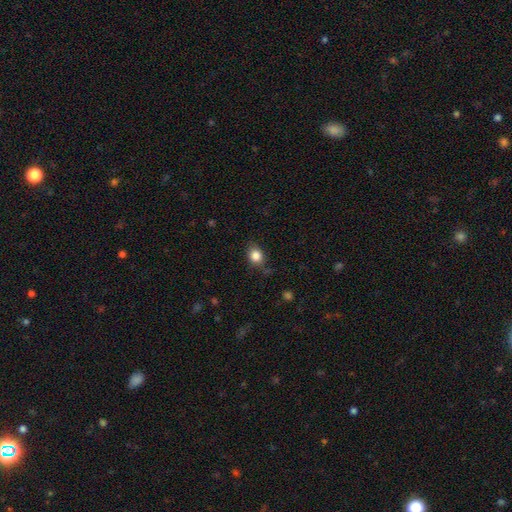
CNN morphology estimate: Smooth or featured?
  - smooth: 85% *
  - star or artifact: 10%
  - featured or disk: 5%
How rounded?
  - round: 58% *
  - in between: 41%
  - cigar-shaped: 1%
Merging?
  - none: 76% *
  - minor disturbance: 18%
  - major disturbance: 4%
  - merger: 2%